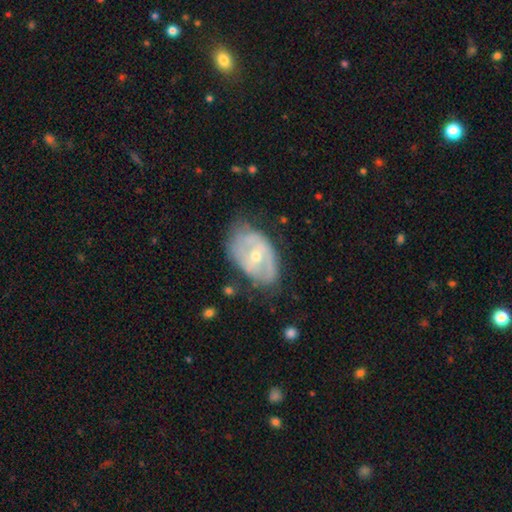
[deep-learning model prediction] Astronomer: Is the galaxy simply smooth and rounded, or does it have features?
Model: featured or disk — 72%.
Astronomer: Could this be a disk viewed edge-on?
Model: no — 94%.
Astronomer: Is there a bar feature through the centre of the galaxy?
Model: no — 50% (runner-up: weak, 37%).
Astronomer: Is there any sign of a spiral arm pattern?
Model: yes — 69%.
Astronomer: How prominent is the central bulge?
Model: moderate — 49% (runner-up: small, 48%).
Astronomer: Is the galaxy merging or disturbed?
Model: none — 58%.